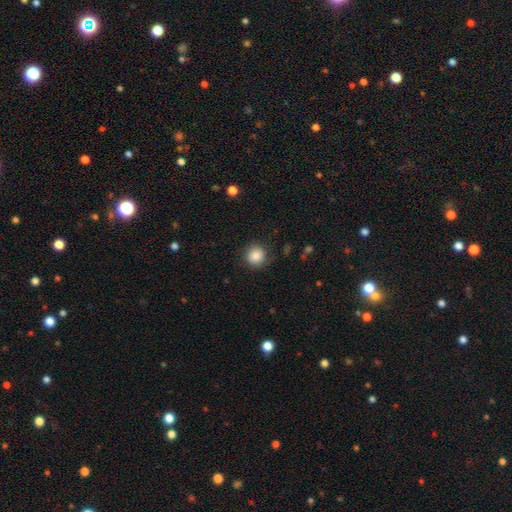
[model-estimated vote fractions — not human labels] Q: Smooth or featured?
A: smooth (85%); runner-up: star or artifact (9%)
Q: How rounded?
A: round (90%); runner-up: in between (9%)
Q: Merging?
A: none (83%); runner-up: minor disturbance (12%)